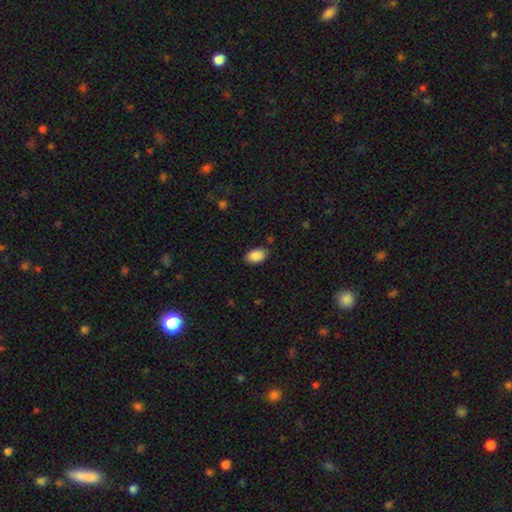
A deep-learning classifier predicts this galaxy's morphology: A smooth galaxy with no disk features (89%) that is in between round and cigar-shaped (91%).

Vote fractions:
- Smooth or featured? smooth: 89% / star or artifact: 7% / featured or disk: 4%
- How rounded? in between: 91% / round: 8% / cigar-shaped: 1%
- Merging? none: 83% / minor disturbance: 12% / major disturbance: 3% / merger: 1%